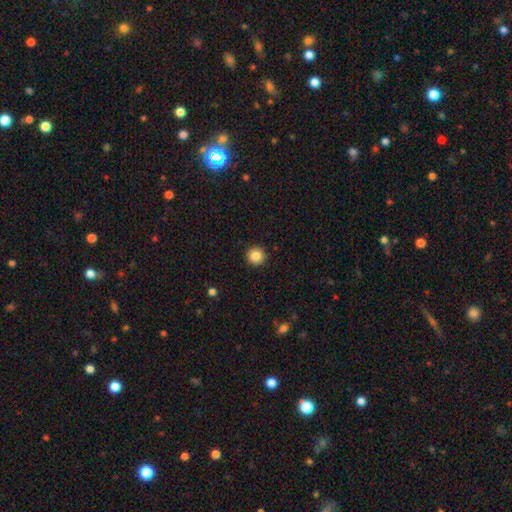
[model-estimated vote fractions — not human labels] A smooth galaxy with no disk features (85%) that is round (95%). Merging: none (93%).